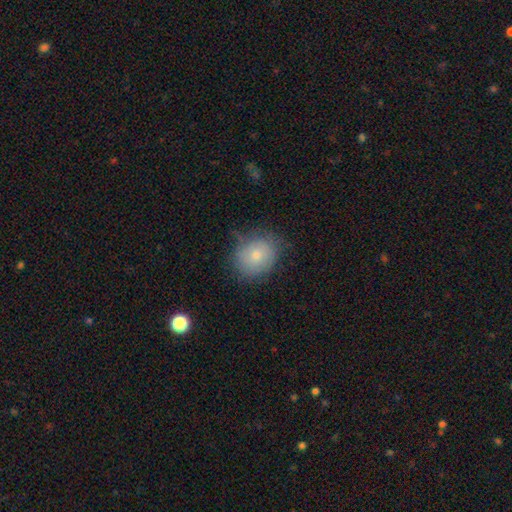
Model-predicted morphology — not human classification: smooth-or-featured: smooth: 75% | featured or disk: 16% | star or artifact: 9%
  how-rounded: round: 61% | in between: 38% | cigar-shaped: 1%
  merging: none: 70% | minor disturbance: 22% | major disturbance: 6% | merger: 2%